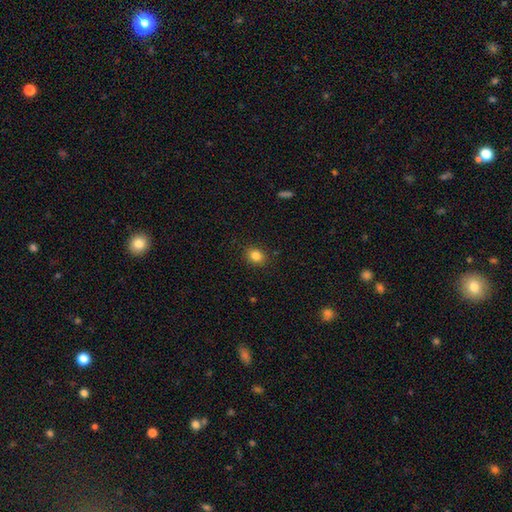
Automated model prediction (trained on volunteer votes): smooth_or_featured: smooth (p=0.84) [alt: star or artifact p=0.11]
how_rounded: round (p=0.53) [alt: in between p=0.46]
merging: none (p=0.89) [alt: minor disturbance p=0.08]